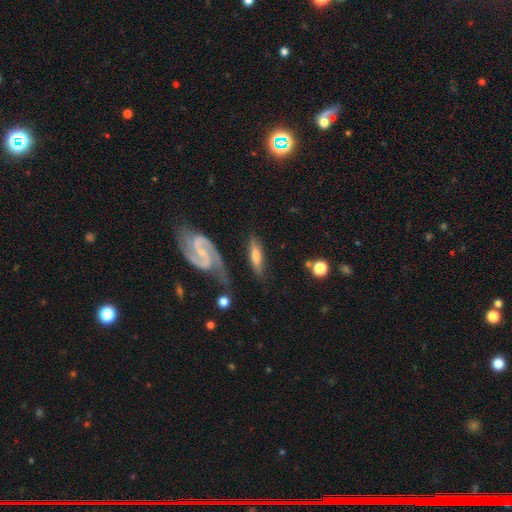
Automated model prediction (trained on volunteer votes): featured or disk 55%, smooth 39%, star or artifact 6%. Down the decision tree: edge-on disk — no (55%); merging — none (63%).